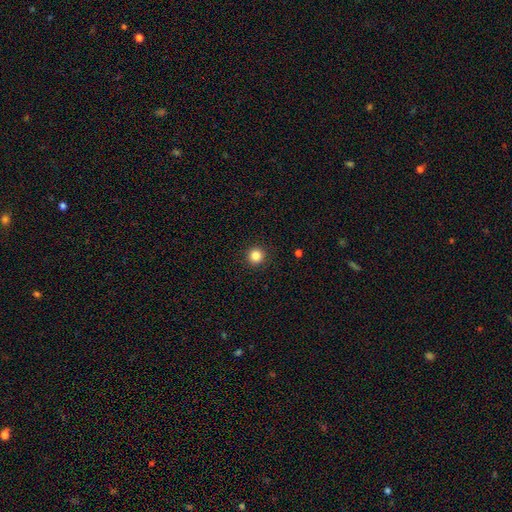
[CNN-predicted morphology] A smooth galaxy with no disk features (85%) that is round (96%).

Vote fractions:
- Smooth or featured? smooth: 85% / star or artifact: 11% / featured or disk: 4%
- How rounded? round: 96% / in between: 3% / cigar-shaped: 1%
- Merging? none: 93% / minor disturbance: 5% / major disturbance: 2% / merger: 1%